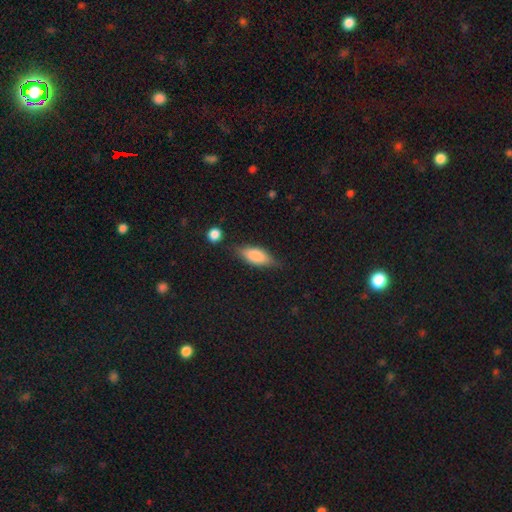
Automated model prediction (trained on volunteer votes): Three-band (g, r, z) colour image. It shows a smooth galaxy with no disk features (77%) that is in between round and cigar-shaped (76%). Merging: none (71%).